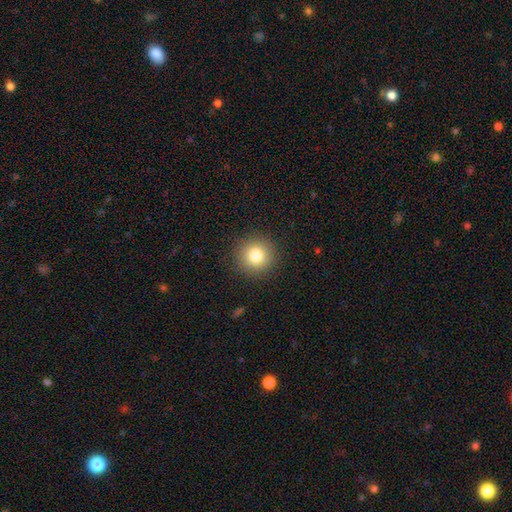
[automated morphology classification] A smooth galaxy with no disk features (82%) that is round (94%). Merging: none (91%).